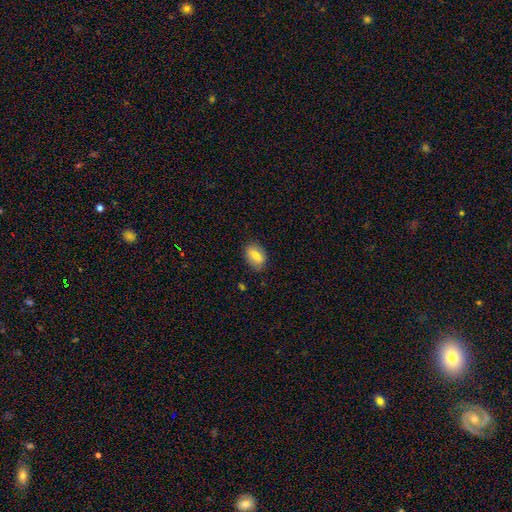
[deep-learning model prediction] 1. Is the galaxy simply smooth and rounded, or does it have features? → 74% smooth, 19% featured or disk, 7% star or artifact.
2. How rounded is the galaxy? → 85% in between, 12% round, 3% cigar-shaped.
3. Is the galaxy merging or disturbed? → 82% none, 14% minor disturbance, 3% major disturbance, 1% merger.